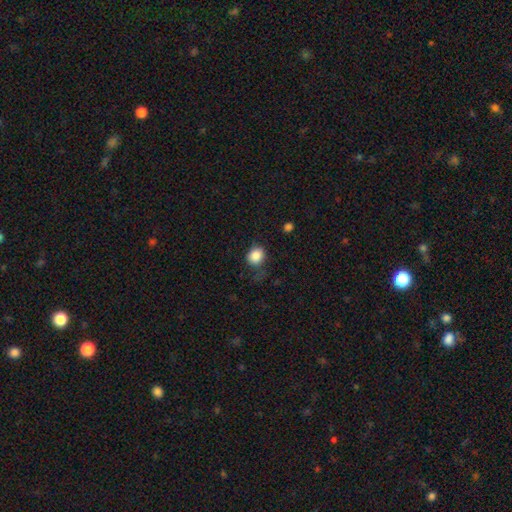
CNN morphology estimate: smooth 86%, star or artifact 9%, featured or disk 5%. Down the decision tree: how rounded — round (69%); merging — none (64%).